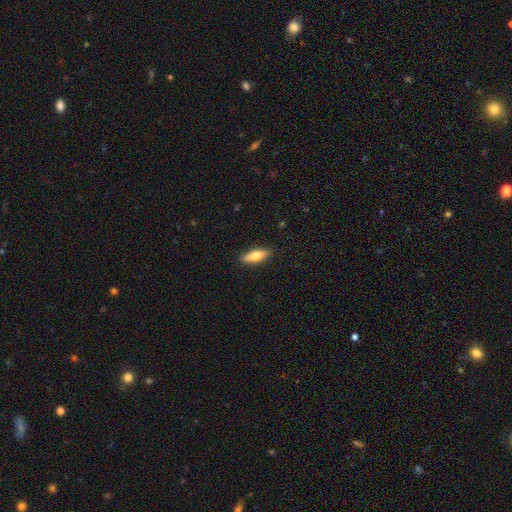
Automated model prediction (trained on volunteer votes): Smooth or featured?
  - smooth: 67% *
  - featured or disk: 27%
  - star or artifact: 6%
How rounded?
  - in between: 51% *
  - cigar-shaped: 47%
  - round: 2%
Merging?
  - none: 88% *
  - minor disturbance: 9%
  - major disturbance: 2%
  - merger: 1%